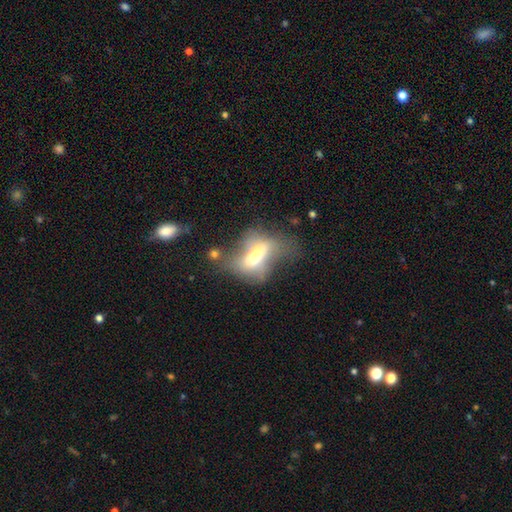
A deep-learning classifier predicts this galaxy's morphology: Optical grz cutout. It shows a featured or disk galaxy (47%). Merging: major disturbance (35%).